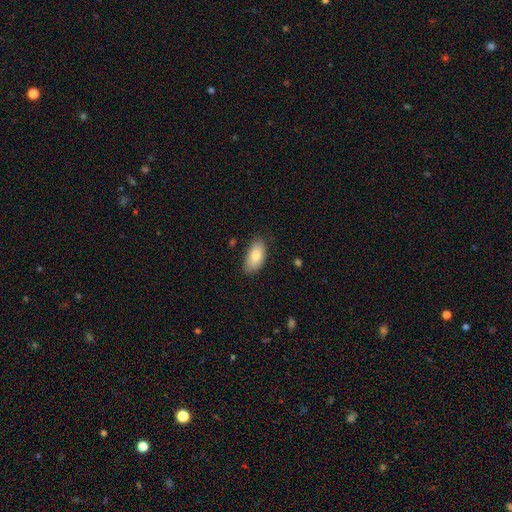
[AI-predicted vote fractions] This appears to be a smooth galaxy with no disk features (83%) that is in between round and cigar-shaped (94%). Merging: none (80%).